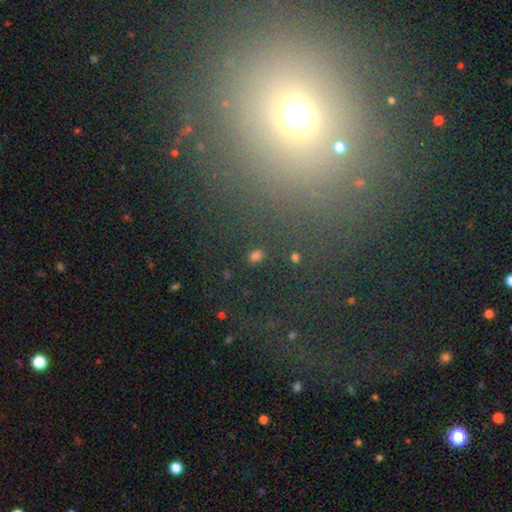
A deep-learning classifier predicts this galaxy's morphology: Smooth or featured?
  - smooth: 75% *
  - star or artifact: 20%
  - featured or disk: 5%
How rounded?
  - round: 52% *
  - in between: 46%
  - cigar-shaped: 2%
Merging?
  - none: 86% *
  - minor disturbance: 8%
  - major disturbance: 3%
  - merger: 3%